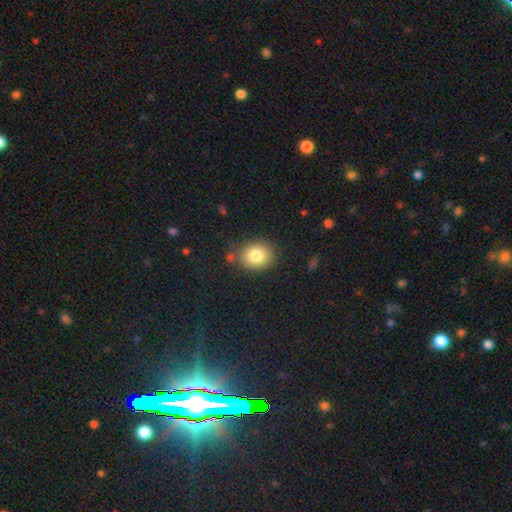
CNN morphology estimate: Smooth or featured?
  - smooth: 81% *
  - star or artifact: 10%
  - featured or disk: 9%
How rounded?
  - round: 59% *
  - in between: 40%
  - cigar-shaped: 1%
Merging?
  - none: 83% *
  - minor disturbance: 11%
  - merger: 3%
  - major disturbance: 3%